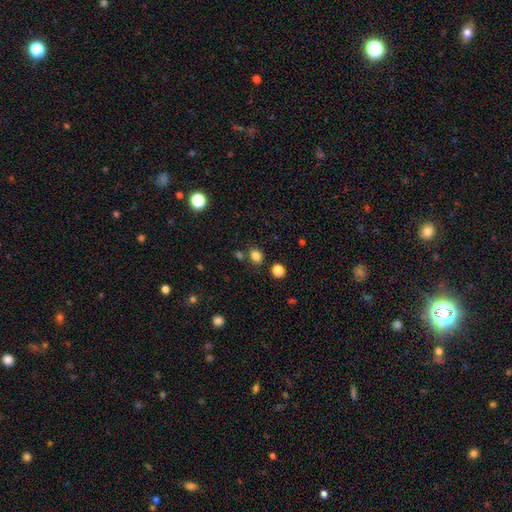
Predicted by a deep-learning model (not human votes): A smooth galaxy with no disk features (81%) that is round (52%). Merging: none (75%).